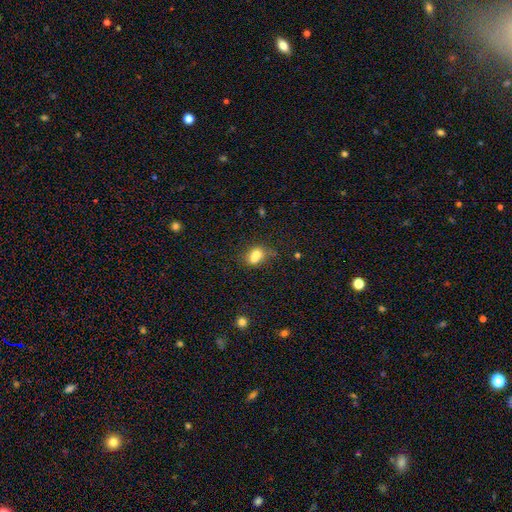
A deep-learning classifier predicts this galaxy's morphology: type=smooth (68%); roundness=in between (50%); merging=merger (54%).